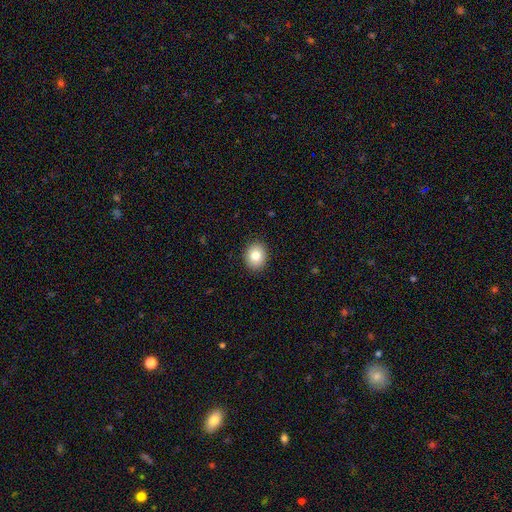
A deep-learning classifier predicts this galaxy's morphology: This is clearly a smooth galaxy (81%). How rounded: likely round (63%). Merging: clearly none (90%).